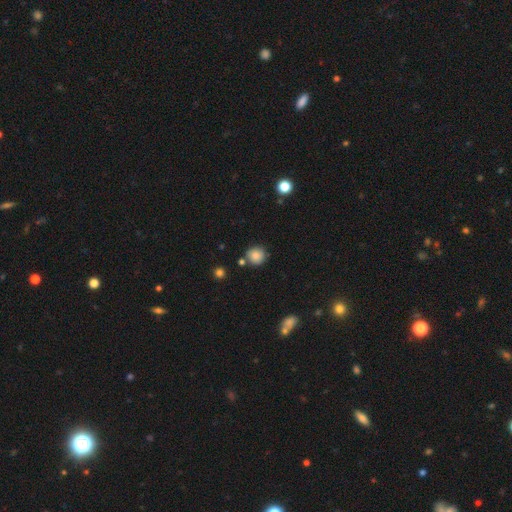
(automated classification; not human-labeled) Smooth or featured? smooth (83%)
How rounded? round (91%)
Merging? none (79%)